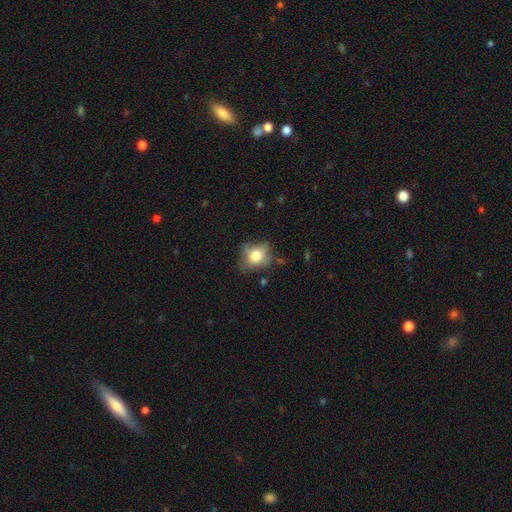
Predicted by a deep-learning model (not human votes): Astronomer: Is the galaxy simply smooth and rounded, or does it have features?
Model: smooth — 67%.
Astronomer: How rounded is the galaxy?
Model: in between — 52% (runner-up: round, 46%).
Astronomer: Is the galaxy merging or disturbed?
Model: none — 55%.